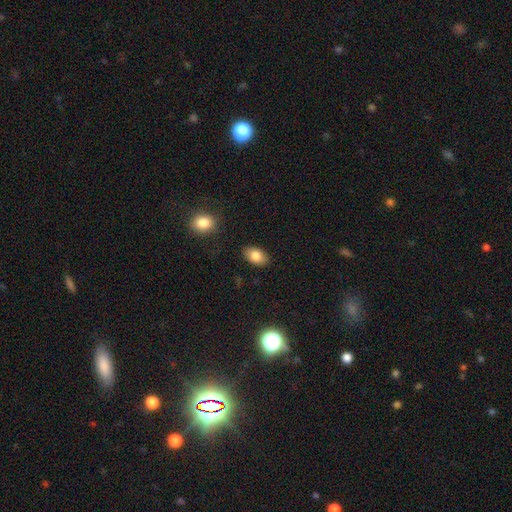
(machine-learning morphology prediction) smooth-or-featured: smooth: 83% | featured or disk: 9% | star or artifact: 8%
  how-rounded: in between: 90% | round: 9% | cigar-shaped: 1%
  merging: none: 87% | minor disturbance: 9% | major disturbance: 2% | merger: 2%